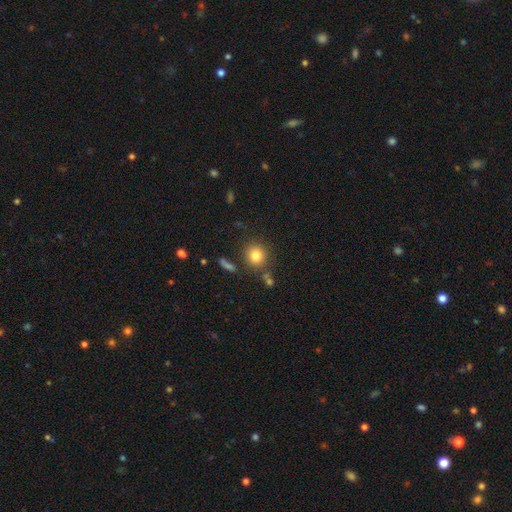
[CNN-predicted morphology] smooth_or_featured: smooth (p=0.82) [alt: star or artifact p=0.11]
how_rounded: round (p=0.88) [alt: in between p=0.11]
merging: none (p=0.80) [alt: minor disturbance p=0.10]